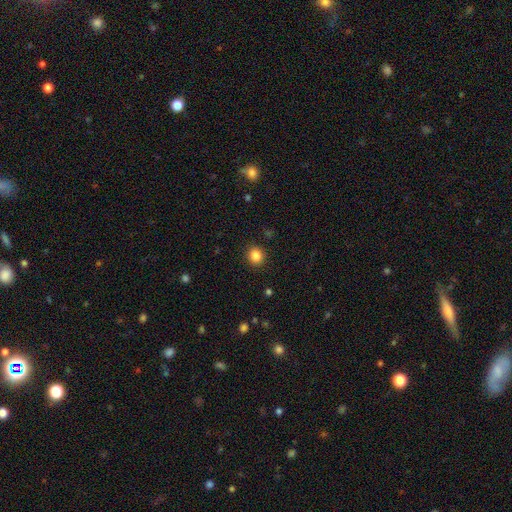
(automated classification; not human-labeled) Smooth or featured: smooth — 85% (star or artifact — 11%)
How rounded: round — 85% (in between — 14%)
Merging: none — 91% (minor disturbance — 6%)